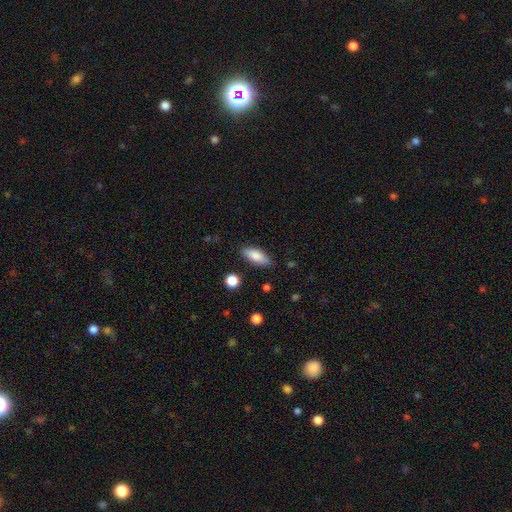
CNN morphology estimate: Q: Smooth or featured?
A: smooth (83%); runner-up: featured or disk (10%)
Q: How rounded?
A: in between (76%); runner-up: cigar-shaped (21%)
Q: Merging?
A: none (85%); runner-up: minor disturbance (11%)